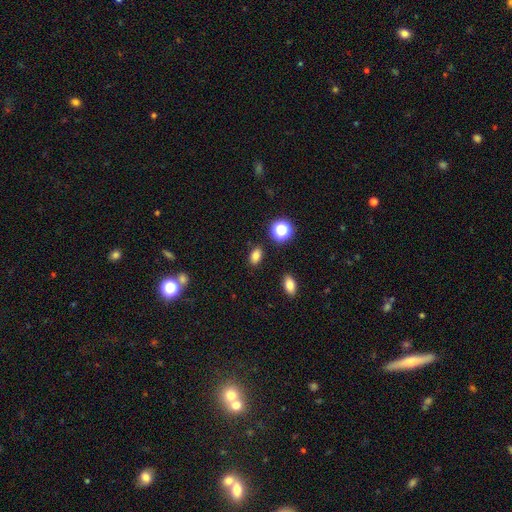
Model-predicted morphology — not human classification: type=smooth (79%); roundness=in between (80%); merging=none (86%).